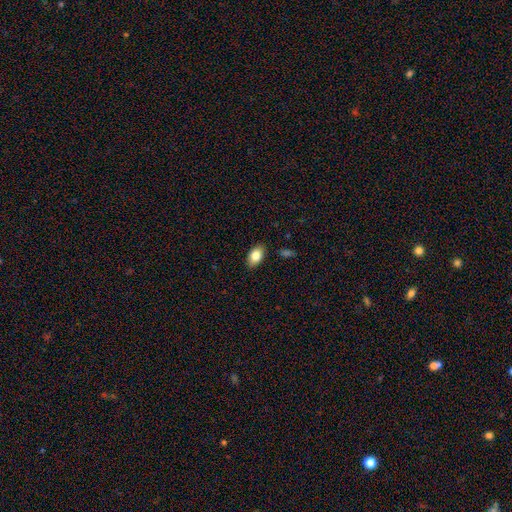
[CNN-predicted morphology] type=smooth (83%); roundness=in between (91%); merging=none (87%).